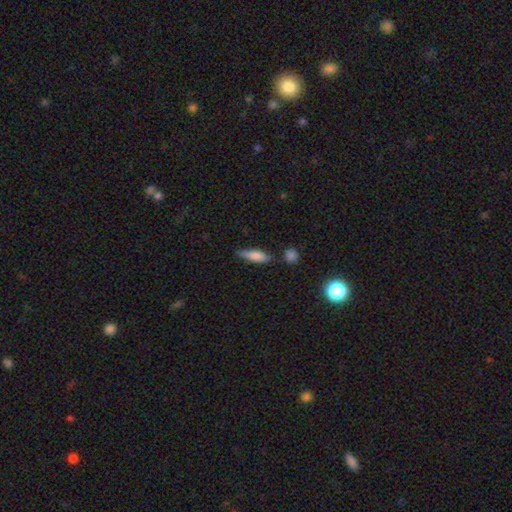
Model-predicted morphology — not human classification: A smooth galaxy with no disk features (75%) that is cigar-shaped (59%).

Vote fractions:
- Smooth or featured? smooth: 75% / featured or disk: 18% / star or artifact: 7%
- How rounded? cigar-shaped: 59% / in between: 39% / round: 2%
- Merging? none: 72% / minor disturbance: 18% / merger: 6% / major disturbance: 4%